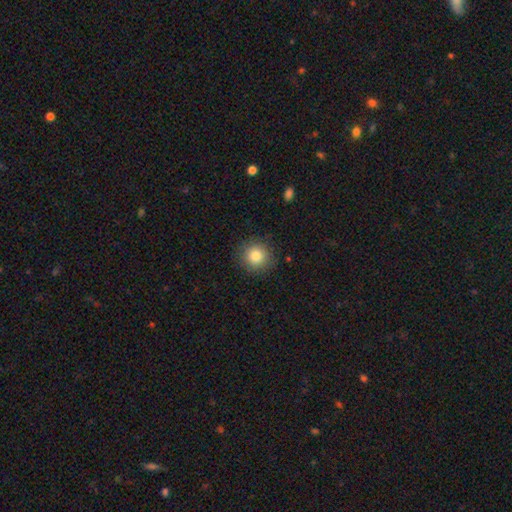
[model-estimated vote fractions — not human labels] Overall: smooth (83%). How rounded: round (93%). Merging: none (89%).